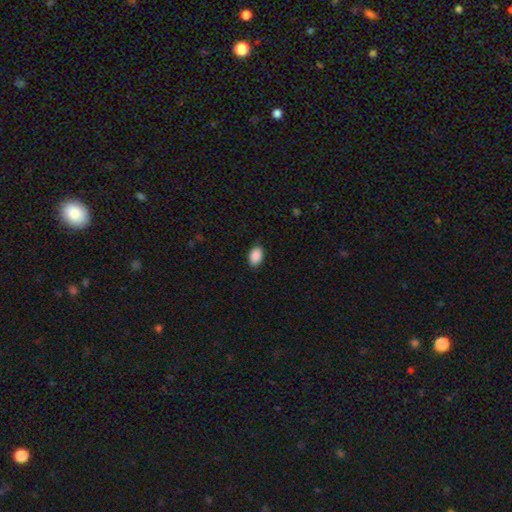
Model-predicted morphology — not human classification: smooth_or_featured: smooth (p=0.90) [alt: star or artifact p=0.07]
how_rounded: in between (p=0.89) [alt: round p=0.09]
merging: none (p=0.87) [alt: minor disturbance p=0.10]